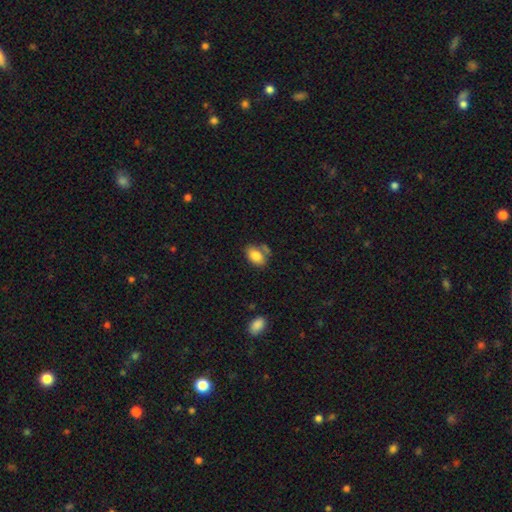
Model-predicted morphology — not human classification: A smooth galaxy with no disk features (84%) that is in between round and cigar-shaped (89%).

Vote fractions:
- Smooth or featured? smooth: 84% / star or artifact: 8% / featured or disk: 8%
- How rounded? in between: 89% / round: 9% / cigar-shaped: 2%
- Merging? none: 60% / minor disturbance: 18% / merger: 17% / major disturbance: 5%